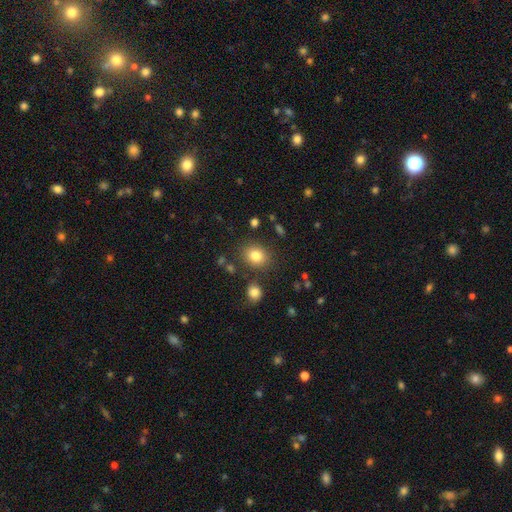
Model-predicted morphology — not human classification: Smooth or featured? smooth (81%)
How rounded? round (61%)
Merging? none (81%)